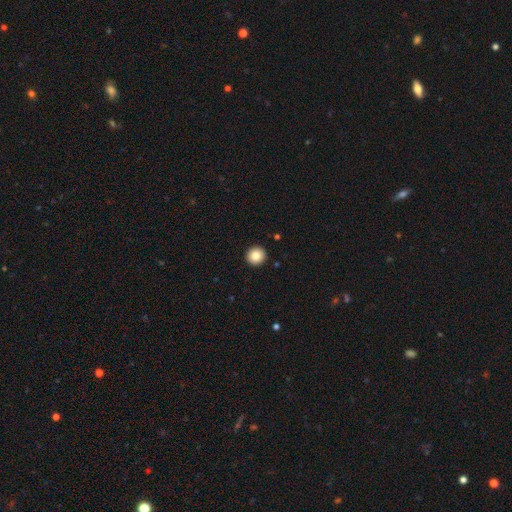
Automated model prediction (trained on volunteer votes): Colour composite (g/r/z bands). It shows a smooth galaxy with no disk features (85%) that is round (95%). Merging: none (93%).